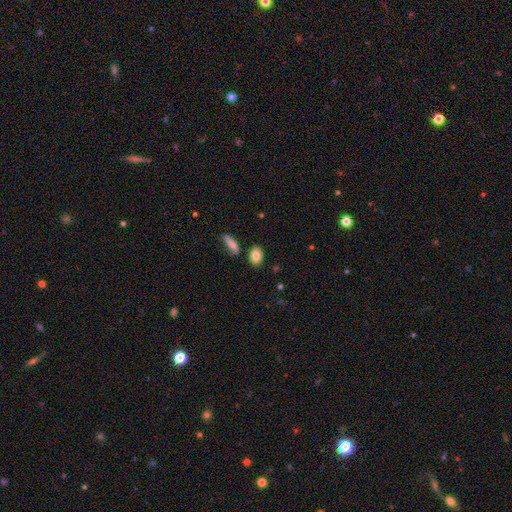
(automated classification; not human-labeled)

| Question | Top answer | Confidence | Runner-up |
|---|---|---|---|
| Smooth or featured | smooth | 83% | featured or disk (9%) |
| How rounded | in between | 79% | round (19%) |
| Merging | none | 81% | minor disturbance (11%) |